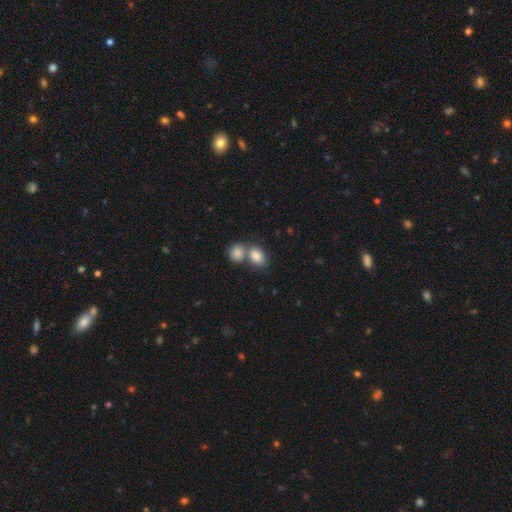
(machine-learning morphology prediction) smooth-or-featured: smooth: 84% | star or artifact: 8% | featured or disk: 8%
  how-rounded: in between: 67% | round: 31% | cigar-shaped: 1%
  merging: merger: 57% | none: 33% | minor disturbance: 7% | major disturbance: 3%